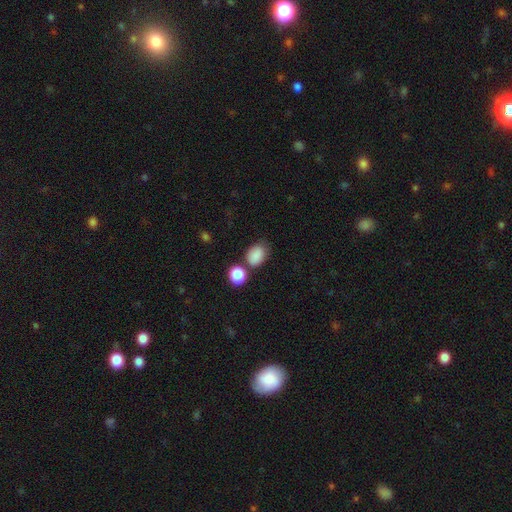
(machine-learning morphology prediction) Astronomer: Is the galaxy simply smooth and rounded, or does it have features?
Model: smooth — 86%.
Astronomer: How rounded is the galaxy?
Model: in between — 71%.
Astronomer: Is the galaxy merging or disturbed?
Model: none — 61%.